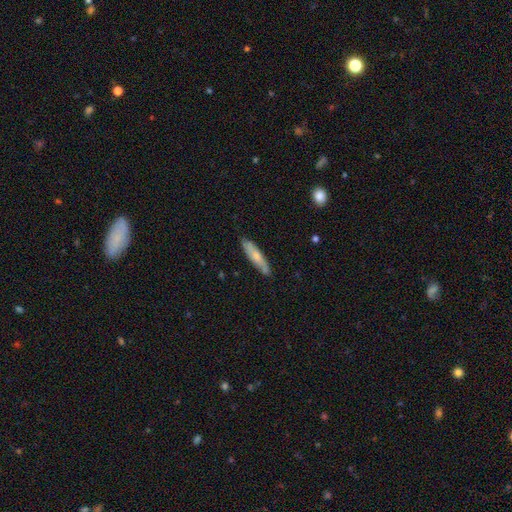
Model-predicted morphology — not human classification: type=smooth (63%); roundness=cigar-shaped (80%); merging=none (83%).